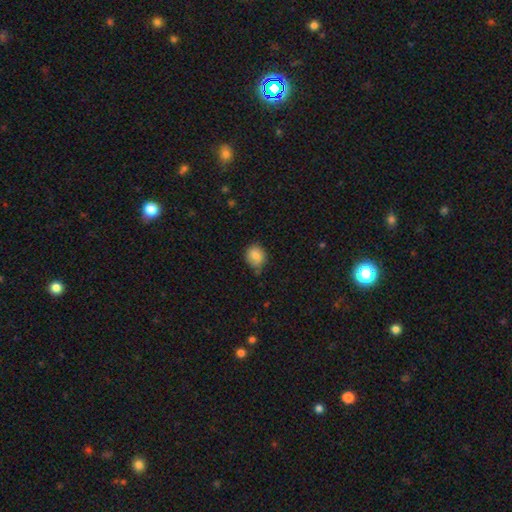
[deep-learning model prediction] This appears to be a smooth galaxy with no disk features (83%) that is round (69%). Merging: none (65%).